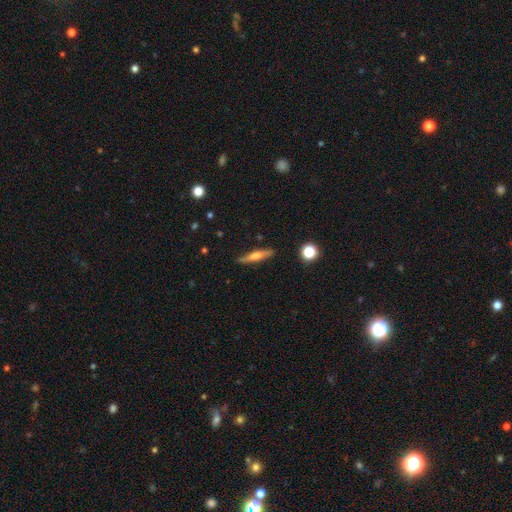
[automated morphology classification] Smooth or featured? Predicted: featured or disk (p=0.50). Edge-on disk? Predicted: yes (p=0.95). Merging? Predicted: none (p=0.87).